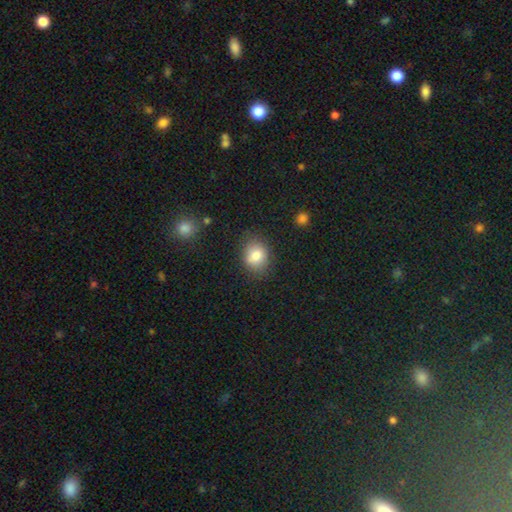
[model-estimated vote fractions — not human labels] Smooth or featured? smooth (81%)
How rounded? in between (50%)
Merging? none (78%)